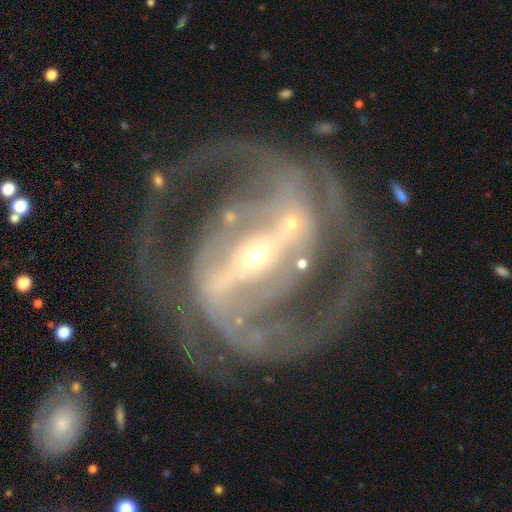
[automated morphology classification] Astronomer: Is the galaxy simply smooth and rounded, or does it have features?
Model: featured or disk — 91%.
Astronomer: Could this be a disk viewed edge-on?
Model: no — 96%.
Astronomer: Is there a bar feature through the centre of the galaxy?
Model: strong — 79%.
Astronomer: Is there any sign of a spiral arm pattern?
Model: yes — 95%.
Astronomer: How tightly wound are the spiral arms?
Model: medium — 51% (runner-up: tight, 34%).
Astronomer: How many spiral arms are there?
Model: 2 — 72%.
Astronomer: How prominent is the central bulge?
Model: small — 80%.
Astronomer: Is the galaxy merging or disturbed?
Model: none — 65%.